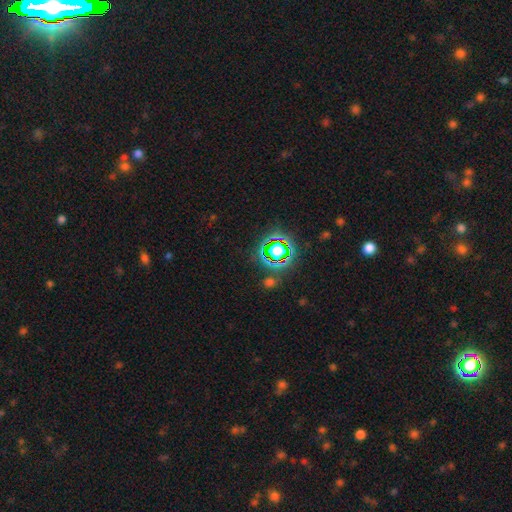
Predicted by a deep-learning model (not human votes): The model was most divided on "smooth or featured": star or artifact: 72%, smooth: 19%, featured or disk: 9%.